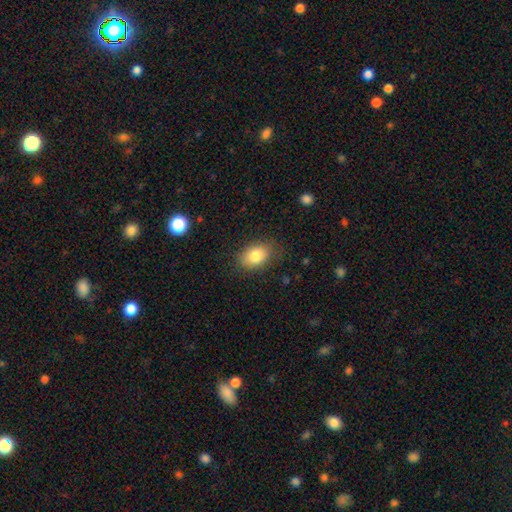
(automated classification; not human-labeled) Smooth or featured? smooth (82%)
How rounded? in between (82%)
Merging? none (80%)